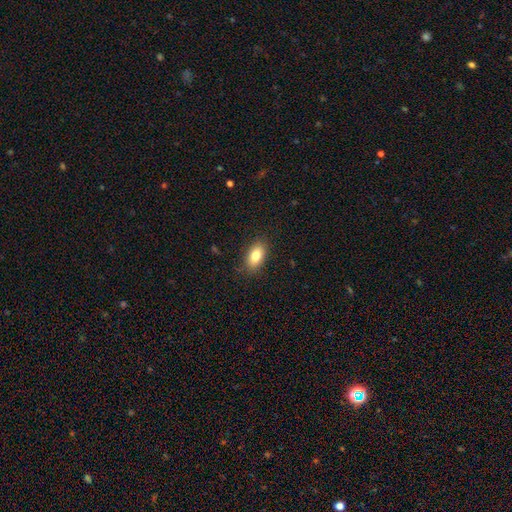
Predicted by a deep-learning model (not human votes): This appears to be a smooth galaxy with no disk features (81%) that is in between round and cigar-shaped (89%). Merging: none (86%).